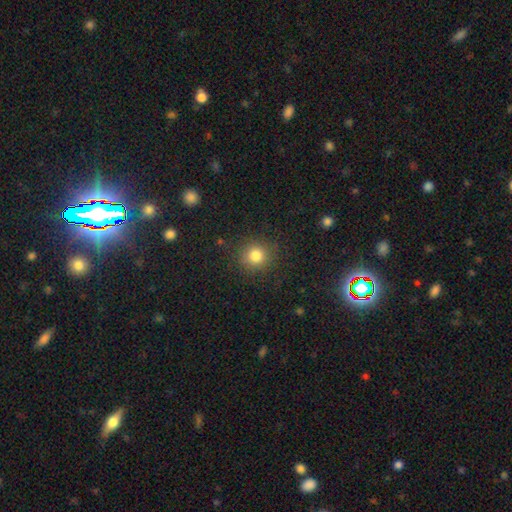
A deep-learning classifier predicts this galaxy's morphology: smooth 82%, star or artifact 12%, featured or disk 6%. Down the decision tree: how rounded — round (91%); merging — none (88%).